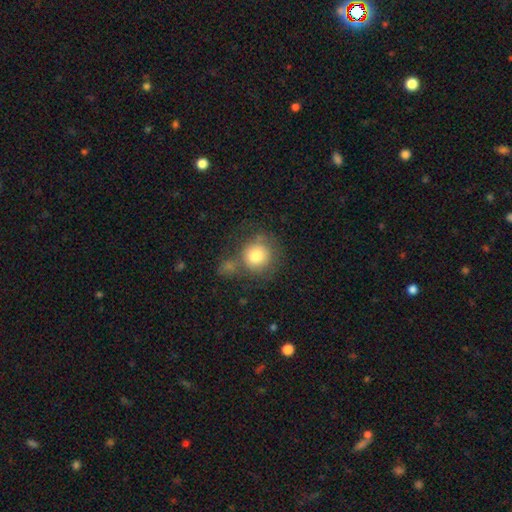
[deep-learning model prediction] Smooth or featured? Predicted: smooth (p=0.78). How rounded? Predicted: round (p=0.89). Merging? Predicted: none (p=0.54).